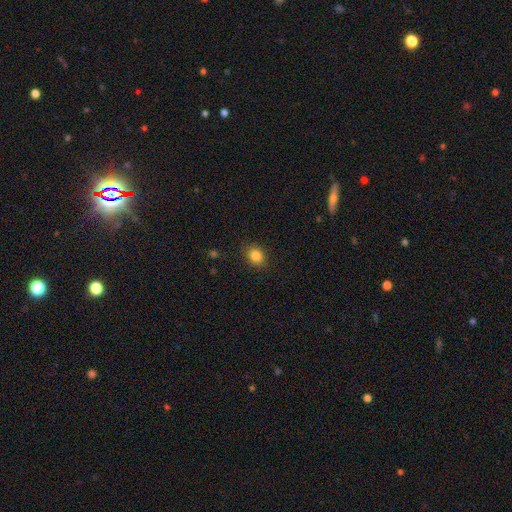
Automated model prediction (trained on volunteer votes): Smooth or featured? smooth (84%)
How rounded? round (57%)
Merging? none (88%)